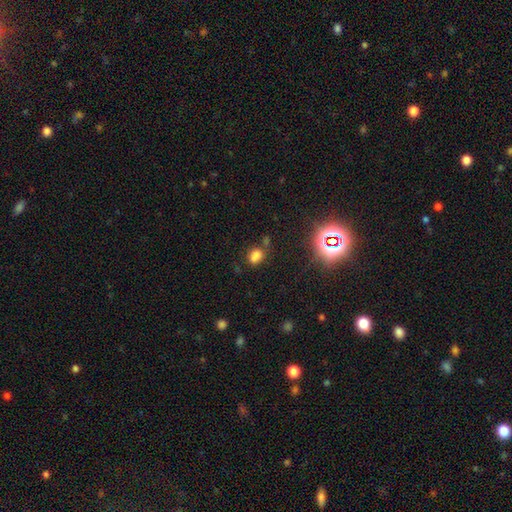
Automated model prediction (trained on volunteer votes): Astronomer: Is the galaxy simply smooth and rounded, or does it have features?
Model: smooth — 71%.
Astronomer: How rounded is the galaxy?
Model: in between — 60% (runner-up: round, 39%).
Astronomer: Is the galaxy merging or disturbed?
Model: none — 60%.